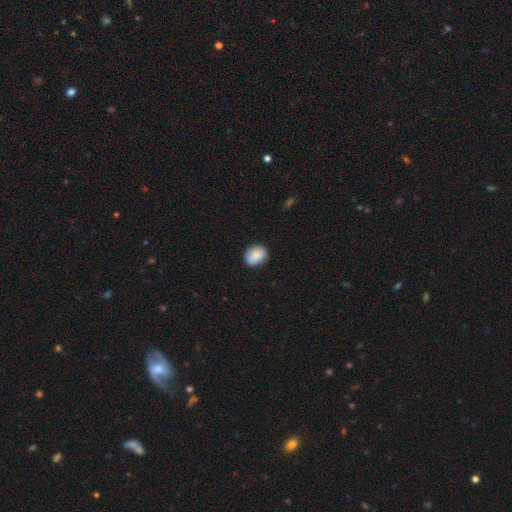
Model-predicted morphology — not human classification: Smooth or featured? Predicted: smooth (p=0.87). How rounded? Predicted: in between (p=0.55). Merging? Predicted: none (p=0.87).